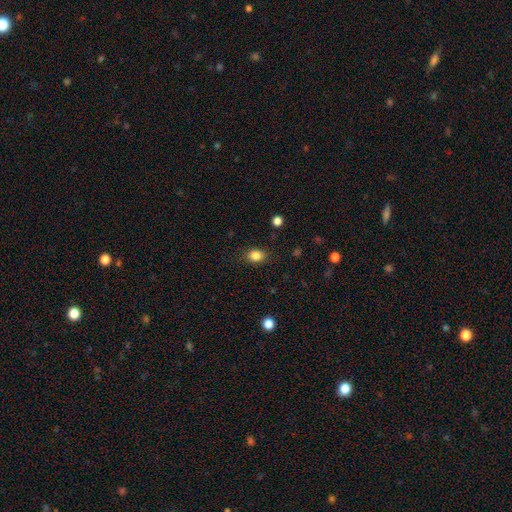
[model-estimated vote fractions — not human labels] A smooth galaxy with no disk features (85%) that is in between round and cigar-shaped (51%). Merging: none (86%).